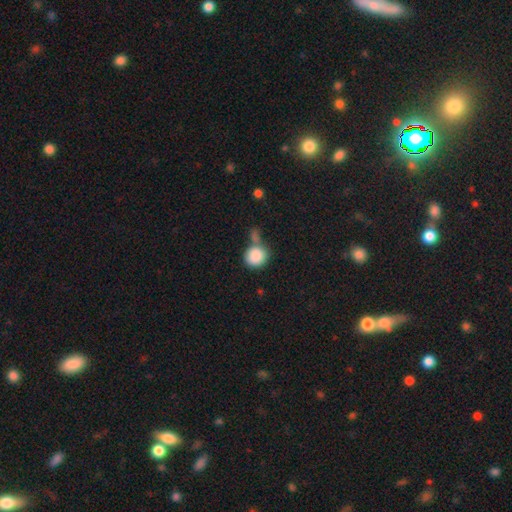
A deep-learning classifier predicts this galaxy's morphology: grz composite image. It shows a smooth galaxy with no disk features (87%) that is round (83%). Merging: none (46%).